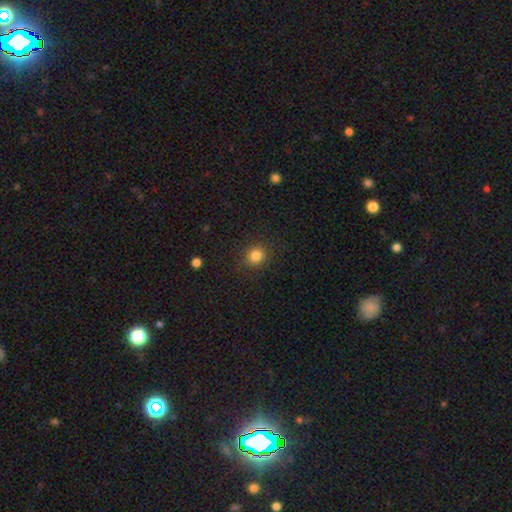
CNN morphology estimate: Q: Smooth or featured?
A: smooth (84%); runner-up: star or artifact (12%)
Q: How rounded?
A: round (84%); runner-up: in between (15%)
Q: Merging?
A: none (89%); runner-up: minor disturbance (7%)